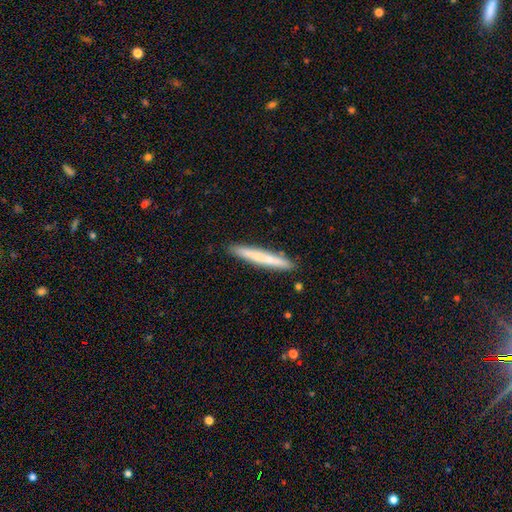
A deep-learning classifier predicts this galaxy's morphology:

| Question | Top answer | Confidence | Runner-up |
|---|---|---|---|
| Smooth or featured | smooth | 64% | featured or disk (30%) |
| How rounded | cigar-shaped | 96% | in between (3%) |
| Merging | none | 87% | minor disturbance (9%) |